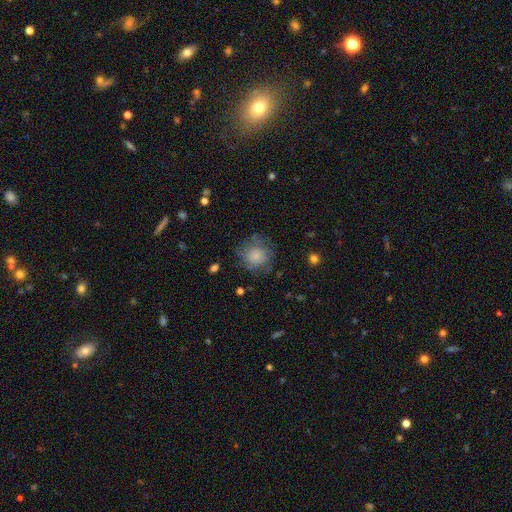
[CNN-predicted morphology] The model was most divided on "merging": none: 65%, minor disturbance: 21%, major disturbance: 12%, merger: 2%. More confident: how rounded — round (88%); smooth or featured — smooth (72%).